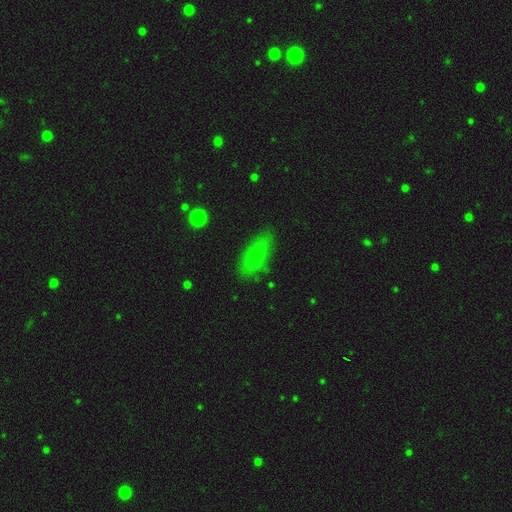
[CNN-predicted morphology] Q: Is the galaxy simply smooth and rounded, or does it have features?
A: smooth — 74%.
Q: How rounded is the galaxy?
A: in between — 84%.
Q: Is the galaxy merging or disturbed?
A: none — 74%.